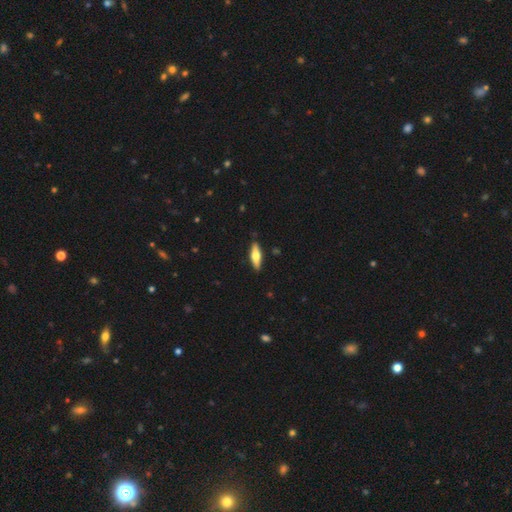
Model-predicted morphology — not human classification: smooth_or_featured: smooth (p=0.54) [alt: featured or disk p=0.40]
how_rounded: cigar-shaped (p=0.52) [alt: in between p=0.45]
merging: none (p=0.89) [alt: minor disturbance p=0.08]